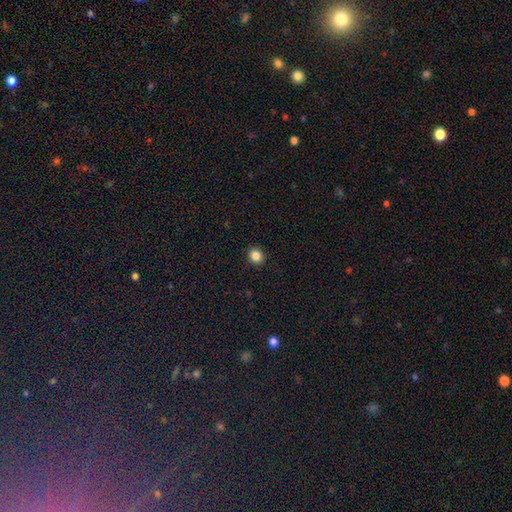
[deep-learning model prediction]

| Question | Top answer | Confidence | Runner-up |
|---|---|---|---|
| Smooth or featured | smooth | 85% | star or artifact (11%) |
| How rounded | round | 76% | in between (23%) |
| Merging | none | 92% | minor disturbance (6%) |